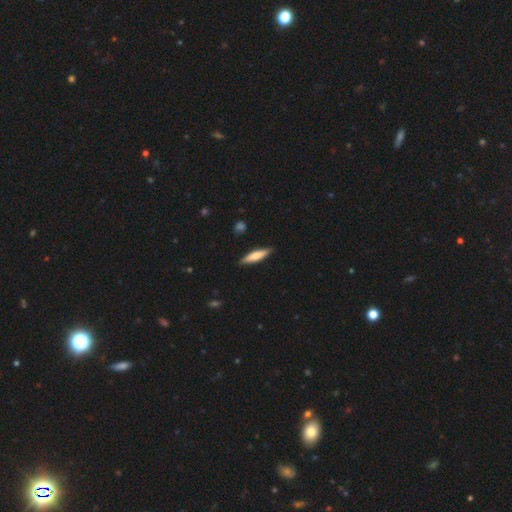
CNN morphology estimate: Smooth or featured? Predicted: smooth (p=0.66). How rounded? Predicted: cigar-shaped (p=0.78). Merging? Predicted: none (p=0.87).